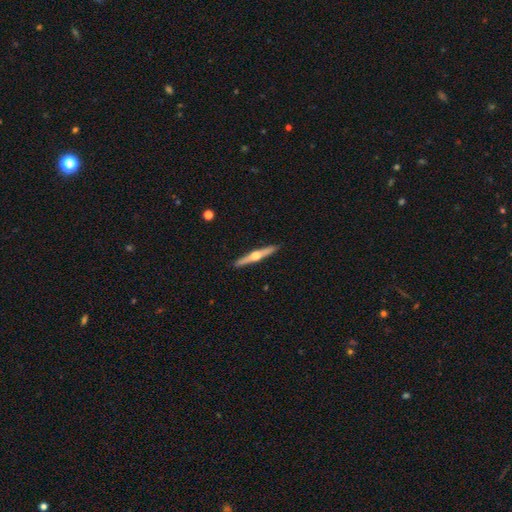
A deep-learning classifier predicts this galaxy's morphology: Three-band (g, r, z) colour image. It shows a featured or disk galaxy (72%) viewed edge-on (98%) with a rounded central bulge (95%). Merging: none (92%).